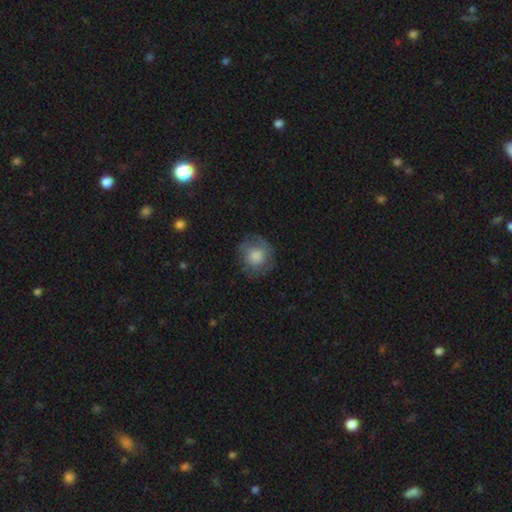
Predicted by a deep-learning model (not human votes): A smooth galaxy with no disk features (65%) that is round (85%). Merging: none (73%).